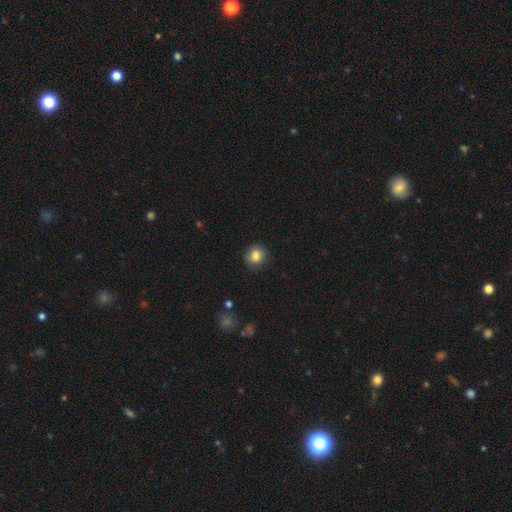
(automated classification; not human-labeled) smooth_or_featured: smooth (p=0.83) [alt: star or artifact p=0.10]
how_rounded: round (p=0.83) [alt: in between p=0.16]
merging: none (p=0.88) [alt: minor disturbance p=0.09]